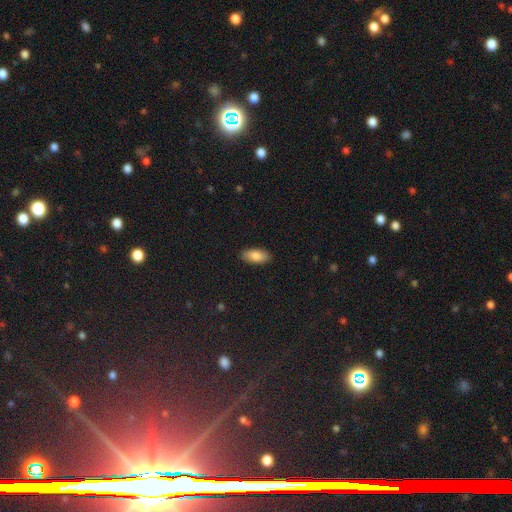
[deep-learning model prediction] A smooth galaxy with no disk features (85%) that is in between round and cigar-shaped (91%). Merging: none (89%).